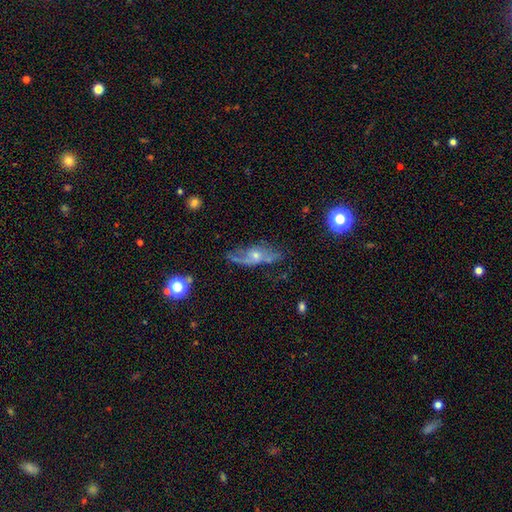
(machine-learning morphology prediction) smooth_or_featured: featured or disk (p=0.61) [alt: smooth p=0.27]
disk_edge_on: no (p=0.76) [alt: yes p=0.24]
merging: none (p=0.53) [alt: minor disturbance p=0.26]